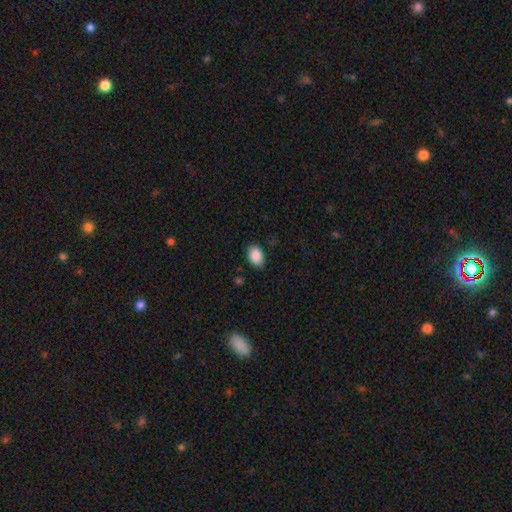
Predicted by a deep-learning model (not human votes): This appears to be a smooth galaxy with no disk features (89%) that is in between round and cigar-shaped (89%). Merging: none (85%).